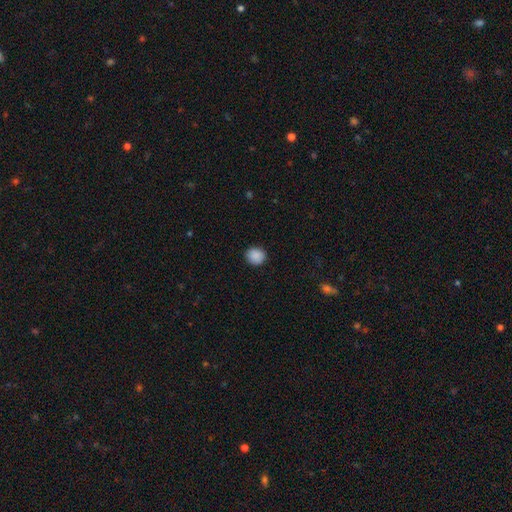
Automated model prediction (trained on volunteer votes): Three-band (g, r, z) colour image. It shows a smooth galaxy with no disk features (89%) that is round (79%). Merging: none (89%).